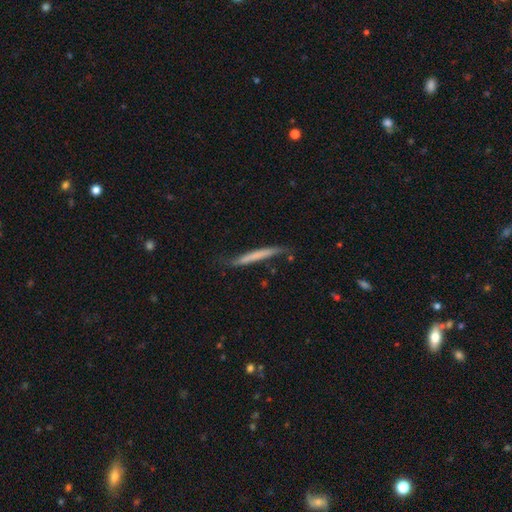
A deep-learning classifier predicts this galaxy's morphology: This is possibly a smooth galaxy (58%). How rounded: clearly cigar-shaped (96%). Merging: likely none (64%).